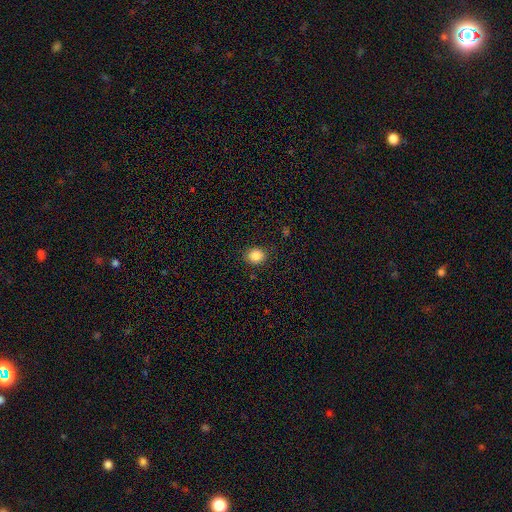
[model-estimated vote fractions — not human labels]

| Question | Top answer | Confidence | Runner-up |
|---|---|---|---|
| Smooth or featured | smooth | 85% | star or artifact (10%) |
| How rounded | round | 69% | in between (30%) |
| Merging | none | 88% | minor disturbance (9%) |